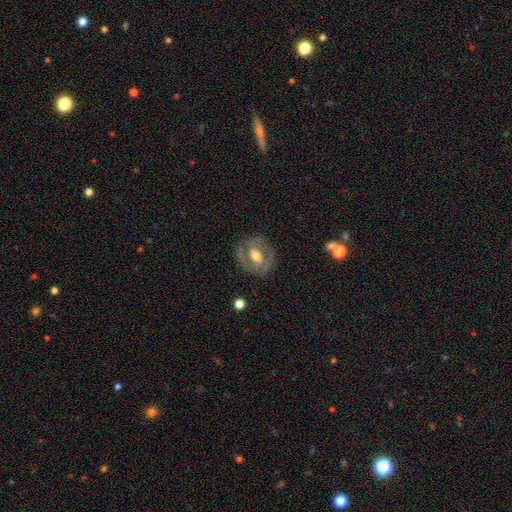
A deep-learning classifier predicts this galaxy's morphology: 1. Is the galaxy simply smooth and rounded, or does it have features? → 59% featured or disk, 34% smooth, 7% star or artifact.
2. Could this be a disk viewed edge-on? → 94% no, 6% yes.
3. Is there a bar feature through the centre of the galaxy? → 46% no, 36% weak, 18% strong.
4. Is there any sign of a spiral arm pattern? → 67% no, 33% yes.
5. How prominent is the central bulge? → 66% moderate, 21% large, 10% small, 2% none, 1% dominant.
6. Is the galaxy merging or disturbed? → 80% none, 13% minor disturbance, 6% major disturbance, 1% merger.